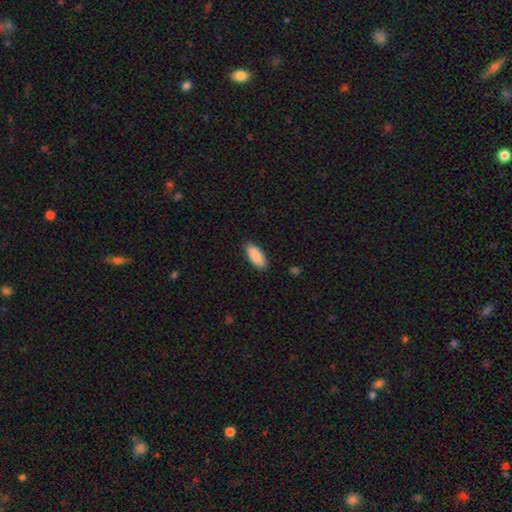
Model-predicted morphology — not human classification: A smooth galaxy with no disk features (89%) that is in between round and cigar-shaped (82%).

Vote fractions:
- Smooth or featured? smooth: 89% / star or artifact: 6% / featured or disk: 5%
- How rounded? in between: 82% / cigar-shaped: 17% / round: 2%
- Merging? none: 88% / minor disturbance: 9% / major disturbance: 2% / merger: 1%